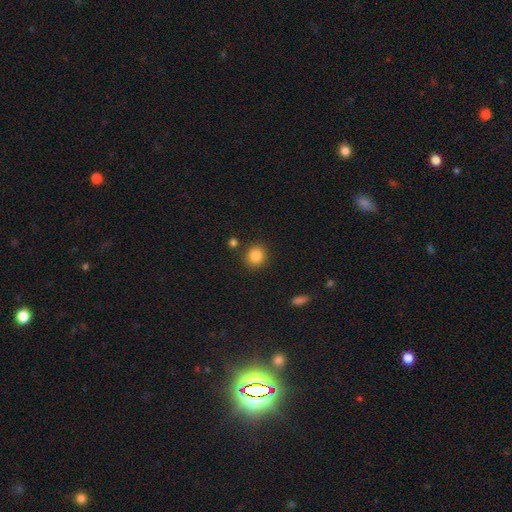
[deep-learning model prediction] A smooth galaxy with no disk features (85%) that is round (88%). Merging: none (87%).